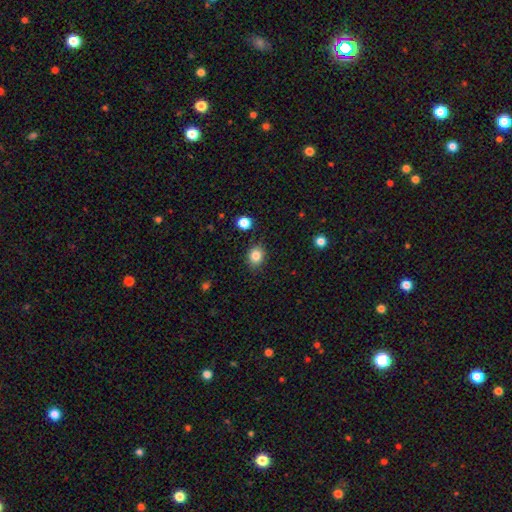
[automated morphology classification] Smooth or featured? smooth (84%)
How rounded? round (64%)
Merging? none (86%)